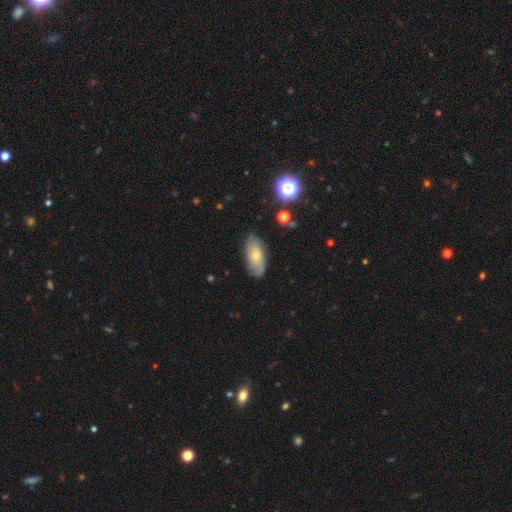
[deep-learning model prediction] smooth-or-featured: smooth: 51% | featured or disk: 41% | star or artifact: 8%
  how-rounded: in between: 86% | cigar-shaped: 11% | round: 3%
  merging: none: 77% | minor disturbance: 17% | major disturbance: 4% | merger: 2%